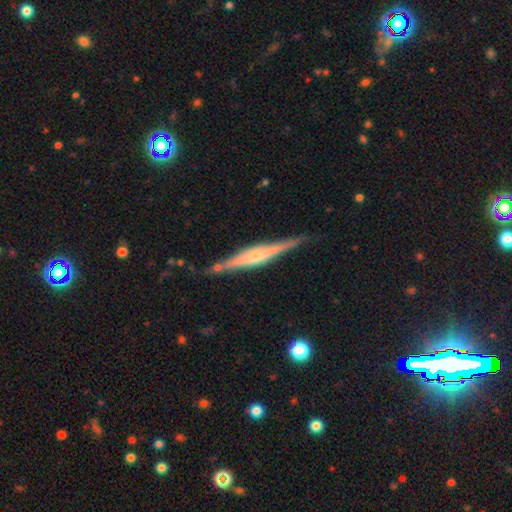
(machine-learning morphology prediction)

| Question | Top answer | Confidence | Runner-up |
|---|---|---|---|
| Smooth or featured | featured or disk | 78% | smooth (16%) |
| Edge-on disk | yes | 98% | no (2%) |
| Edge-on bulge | rounded | 73% | boxy (18%) |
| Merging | none | 85% | minor disturbance (11%) |